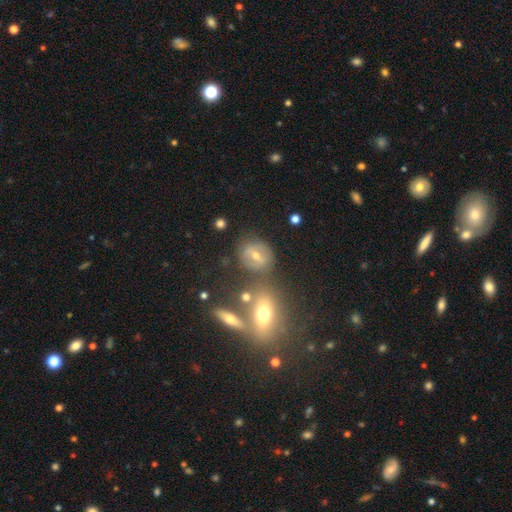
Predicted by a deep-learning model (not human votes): Q: Smooth or featured?
A: smooth (50%); runner-up: featured or disk (37%)
Q: Merging?
A: none (67%); runner-up: merger (14%)